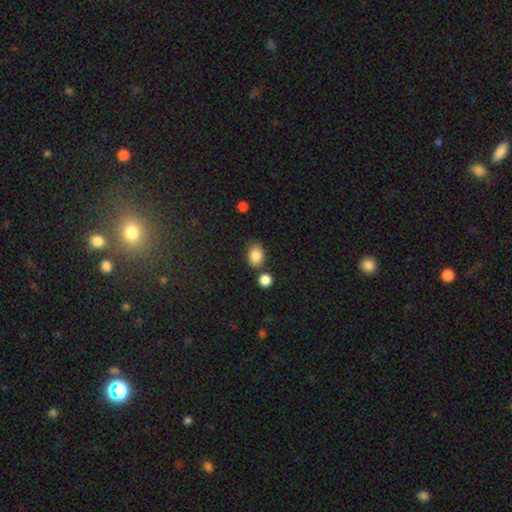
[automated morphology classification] Overall: smooth (87%). How rounded: in between (70%). Merging: none (70%).